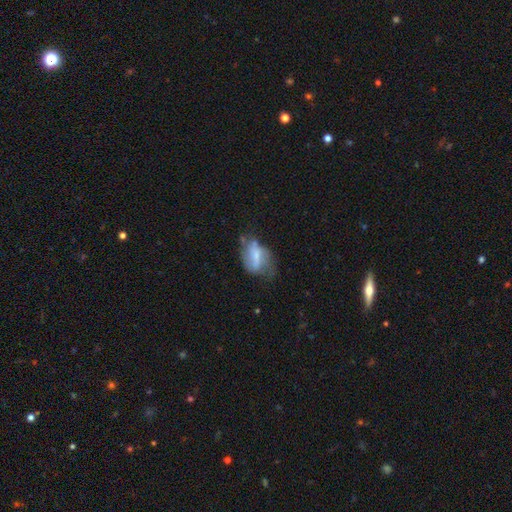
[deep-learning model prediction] Smooth or featured? featured or disk (47%)
Merging? none (35%)